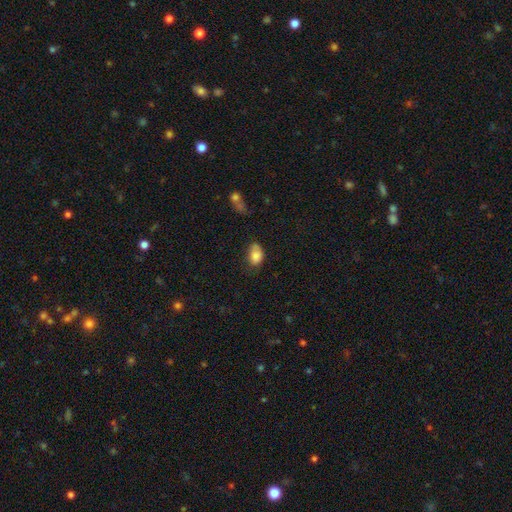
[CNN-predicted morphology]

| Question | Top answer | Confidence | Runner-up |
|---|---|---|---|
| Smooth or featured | smooth | 82% | featured or disk (9%) |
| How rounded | in between | 83% | round (15%) |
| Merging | none | 52% | minor disturbance (34%) |